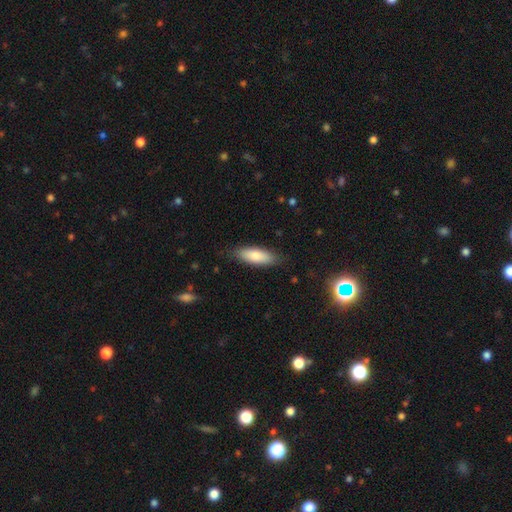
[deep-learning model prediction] Morphology: type=smooth (78%); roundness=in between (63%); merging=none (83%).